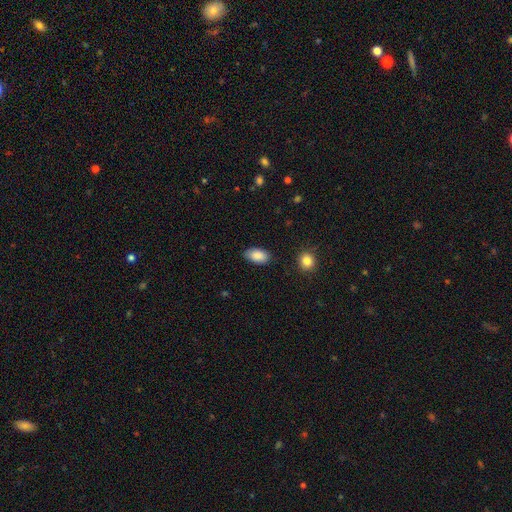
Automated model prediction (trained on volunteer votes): Q: Smooth or featured?
A: smooth (89%); runner-up: star or artifact (7%)
Q: How rounded?
A: in between (94%); runner-up: round (4%)
Q: Merging?
A: none (84%); runner-up: minor disturbance (12%)